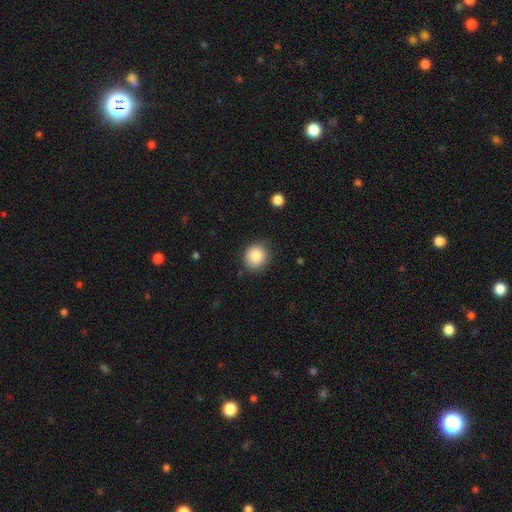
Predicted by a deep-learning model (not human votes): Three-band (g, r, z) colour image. It shows a smooth galaxy with no disk features (85%) that is round (82%). Merging: none (83%).